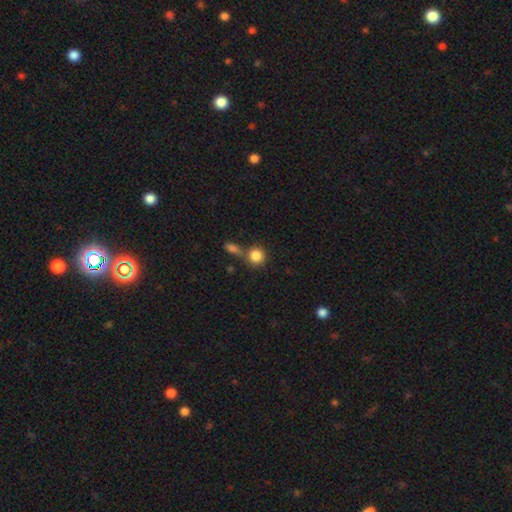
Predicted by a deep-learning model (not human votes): Smooth or featured?
  - smooth: 85% *
  - star or artifact: 9%
  - featured or disk: 6%
How rounded?
  - round: 86% *
  - in between: 13%
  - cigar-shaped: 1%
Merging?
  - none: 57% *
  - merger: 28%
  - minor disturbance: 11%
  - major disturbance: 5%